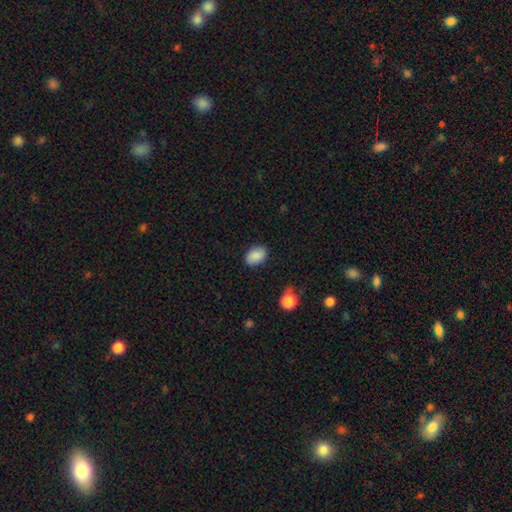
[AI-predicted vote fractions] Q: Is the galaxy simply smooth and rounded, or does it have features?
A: smooth — 87%.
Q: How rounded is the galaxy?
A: in between — 82%.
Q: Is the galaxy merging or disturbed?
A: none — 83%.